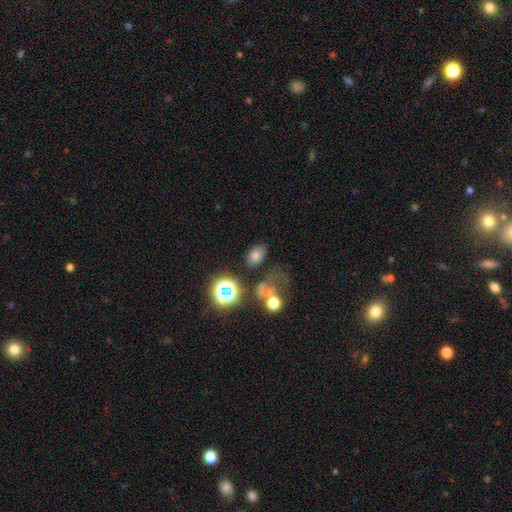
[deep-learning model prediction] Overall: smooth (60%; star or artifact 27%). How rounded: in between (78%). Merging: none (61%).